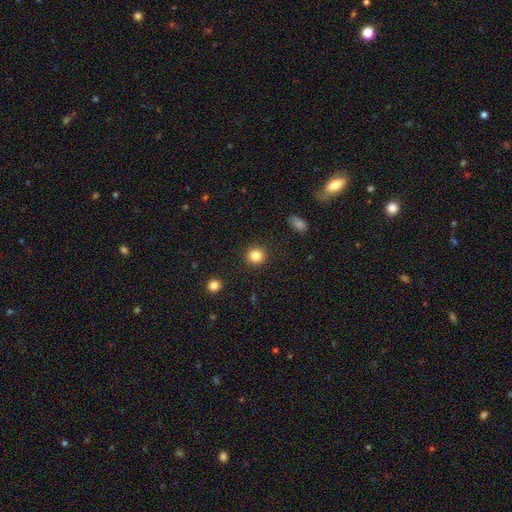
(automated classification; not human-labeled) Q: Smooth or featured?
A: smooth (84%); runner-up: star or artifact (11%)
Q: How rounded?
A: round (91%); runner-up: in between (8%)
Q: Merging?
A: none (92%); runner-up: minor disturbance (5%)